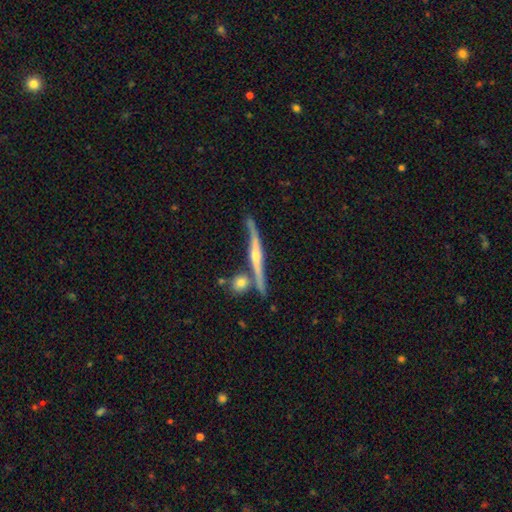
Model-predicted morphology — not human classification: featured or disk 80%, smooth 14%, star or artifact 6%. Down the decision tree: edge-on disk — yes (95%); edge-on bulge — rounded (78%); merging — none (73%).